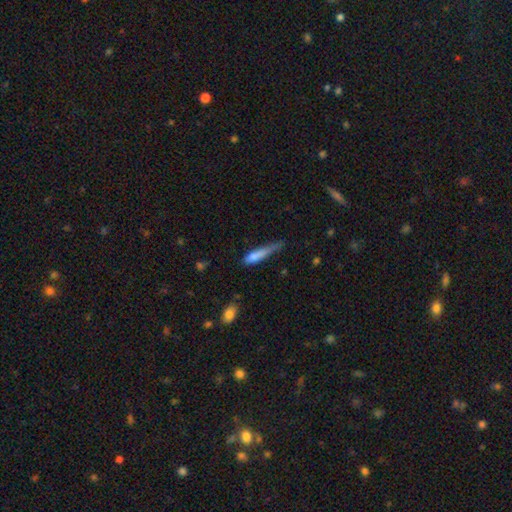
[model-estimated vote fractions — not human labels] smooth 75%, featured or disk 17%, star or artifact 7%. Down the decision tree: how rounded — cigar-shaped (81%); merging — minor disturbance (42%).